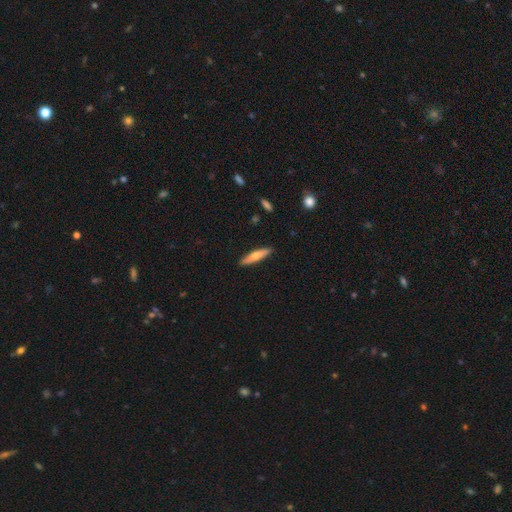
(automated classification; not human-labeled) The model was most divided on "smooth or featured": smooth: 55%, featured or disk: 40%, star or artifact: 5%. More confident: merging — none (90%); how rounded — cigar-shaped (85%).